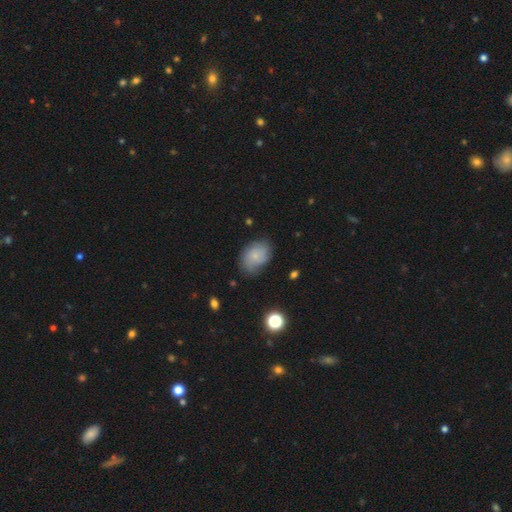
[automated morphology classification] type=smooth (63%); roundness=in between (75%); merging=none (66%).